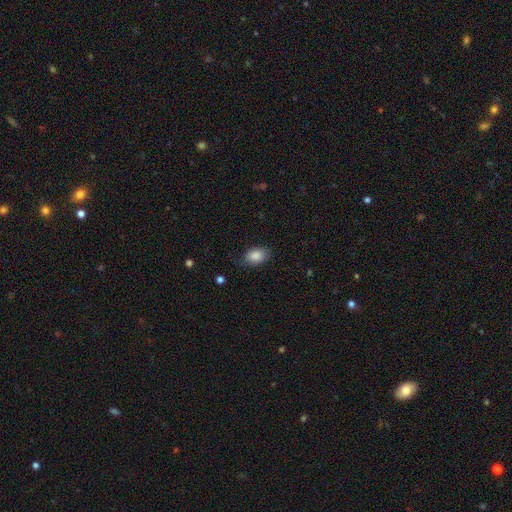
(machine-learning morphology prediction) Q: Smooth or featured?
A: smooth (86%); runner-up: star or artifact (7%)
Q: How rounded?
A: in between (89%); runner-up: round (10%)
Q: Merging?
A: none (77%); runner-up: minor disturbance (18%)